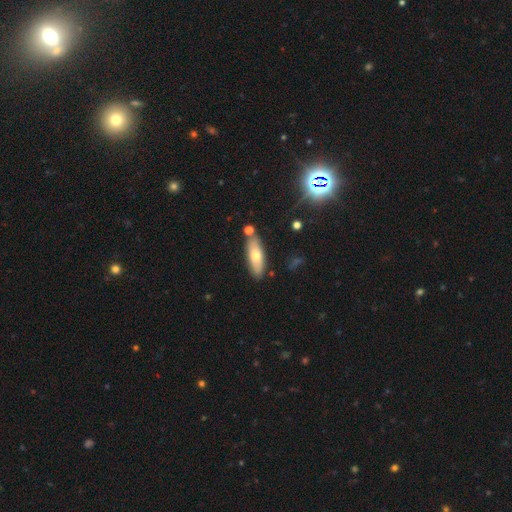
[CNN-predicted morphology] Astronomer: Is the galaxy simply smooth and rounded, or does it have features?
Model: smooth — 65%.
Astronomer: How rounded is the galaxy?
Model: in between — 59% (runner-up: cigar-shaped, 39%).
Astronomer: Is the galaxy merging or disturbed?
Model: none — 78%.